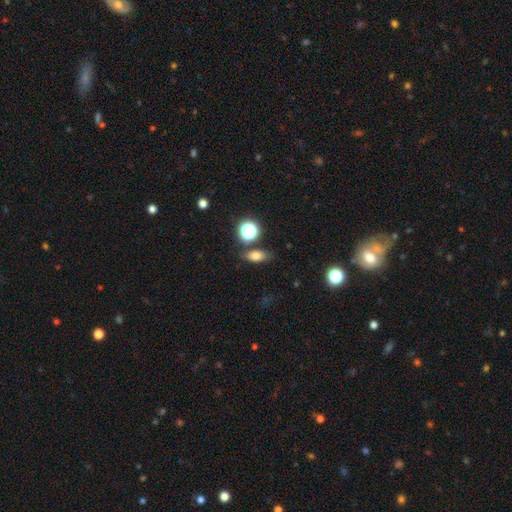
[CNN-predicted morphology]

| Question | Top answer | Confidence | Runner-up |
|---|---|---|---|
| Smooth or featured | smooth | 72% | star or artifact (16%) |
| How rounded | in between | 72% | round (18%) |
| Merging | none | 76% | minor disturbance (13%) |